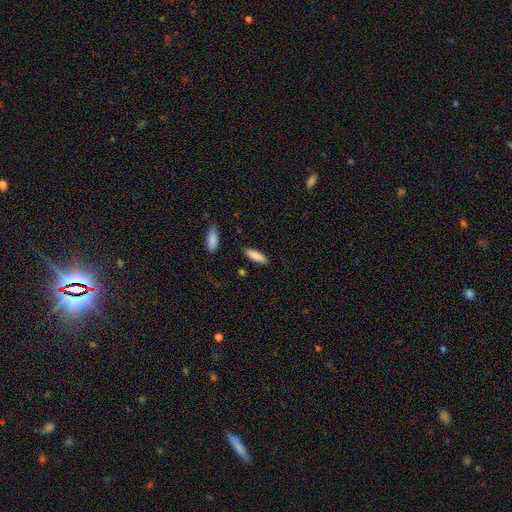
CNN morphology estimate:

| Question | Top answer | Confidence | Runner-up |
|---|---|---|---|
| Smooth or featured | smooth | 86% | featured or disk (8%) |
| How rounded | in between | 54% | cigar-shaped (45%) |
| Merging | none | 85% | minor disturbance (11%) |